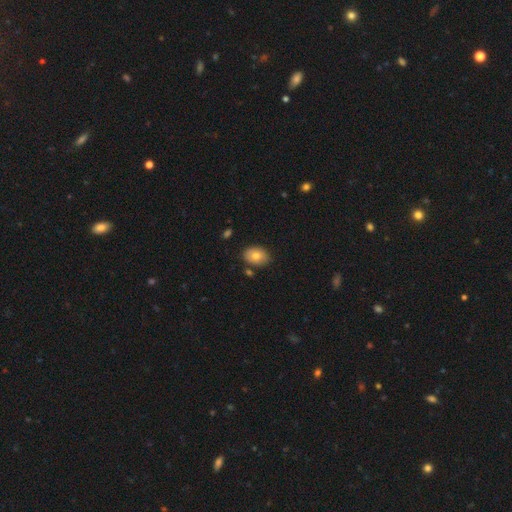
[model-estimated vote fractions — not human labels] Smooth or featured? Predicted: smooth (p=0.79). How rounded? Predicted: in between (p=0.76). Merging? Predicted: none (p=0.83).